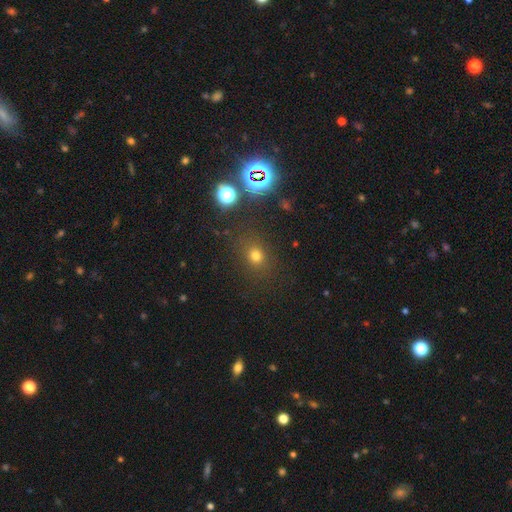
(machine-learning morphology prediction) A smooth galaxy with no disk features (68%) that is round (73%). Merging: none (81%).